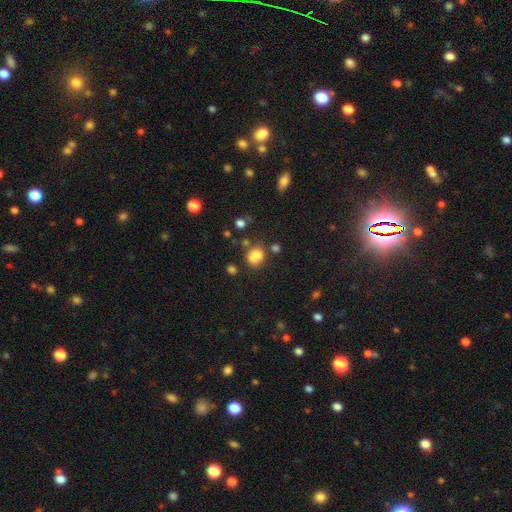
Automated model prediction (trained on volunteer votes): Q: Smooth or featured?
A: smooth (77%); runner-up: star or artifact (13%)
Q: How rounded?
A: round (56%); runner-up: in between (43%)
Q: Merging?
A: none (50%); runner-up: minor disturbance (21%)